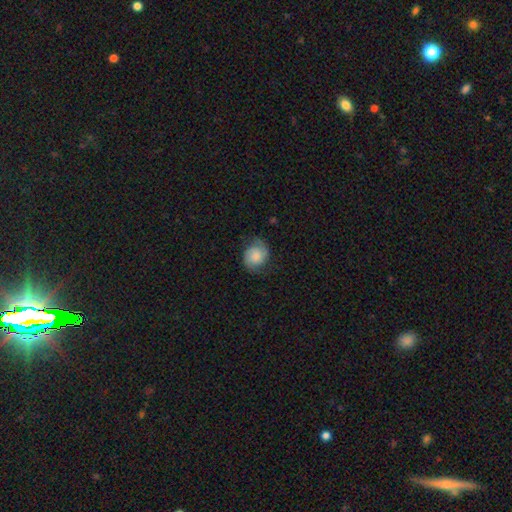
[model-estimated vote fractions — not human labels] Smooth or featured?
  - featured or disk: 50% *
  - smooth: 41%
  - star or artifact: 9%
Edge-on disk?
  - no: 98% *
  - yes: 2%
Merging?
  - none: 71% *
  - minor disturbance: 20%
  - major disturbance: 7%
  - merger: 1%